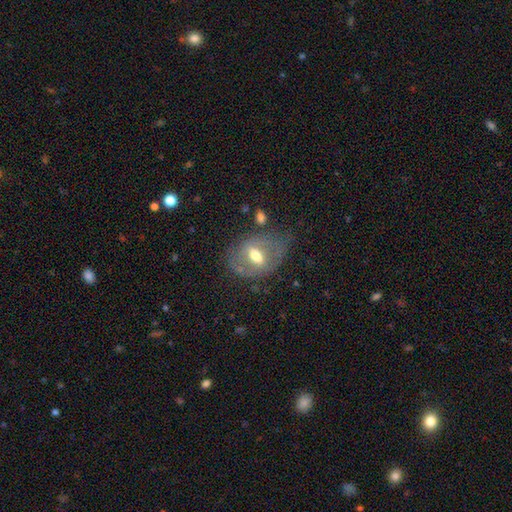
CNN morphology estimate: Smooth or featured?
  - featured or disk: 51% *
  - smooth: 41%
  - star or artifact: 8%
Edge-on disk?
  - no: 87% *
  - yes: 13%
Merging?
  - none: 53% *
  - minor disturbance: 25%
  - major disturbance: 17%
  - merger: 5%